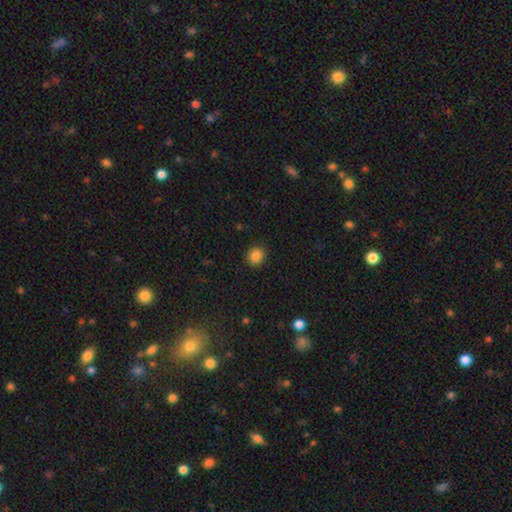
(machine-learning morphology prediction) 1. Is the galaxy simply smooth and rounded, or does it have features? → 86% smooth, 10% star or artifact, 4% featured or disk.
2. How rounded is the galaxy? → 68% round, 31% in between, 1% cigar-shaped.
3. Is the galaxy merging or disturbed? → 89% none, 8% minor disturbance, 2% major disturbance, 1% merger.